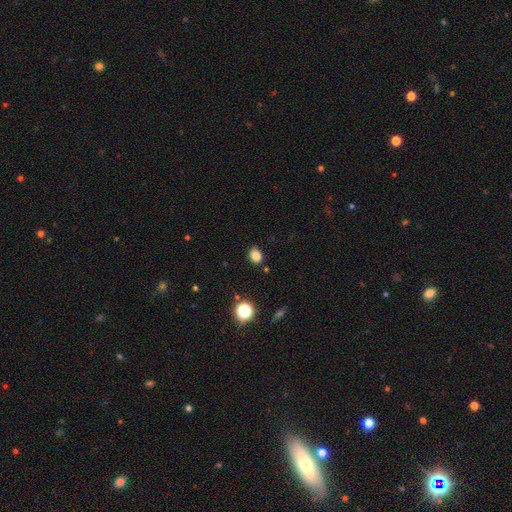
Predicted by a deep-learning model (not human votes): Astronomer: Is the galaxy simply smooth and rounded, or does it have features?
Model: smooth — 82%.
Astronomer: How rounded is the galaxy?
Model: in between — 57% (runner-up: round, 42%).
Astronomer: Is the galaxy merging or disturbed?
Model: none — 85%.